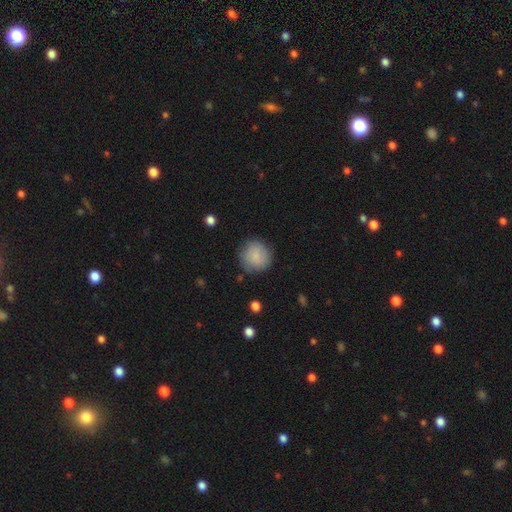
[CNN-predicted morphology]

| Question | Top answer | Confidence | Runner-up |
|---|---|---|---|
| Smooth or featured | smooth | 83% | featured or disk (10%) |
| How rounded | round | 91% | in between (8%) |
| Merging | none | 82% | minor disturbance (13%) |